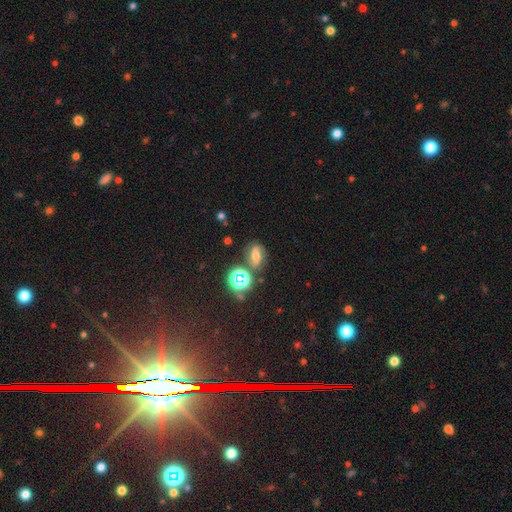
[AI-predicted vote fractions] A featured or disk galaxy (40%). Merging: none (69%).